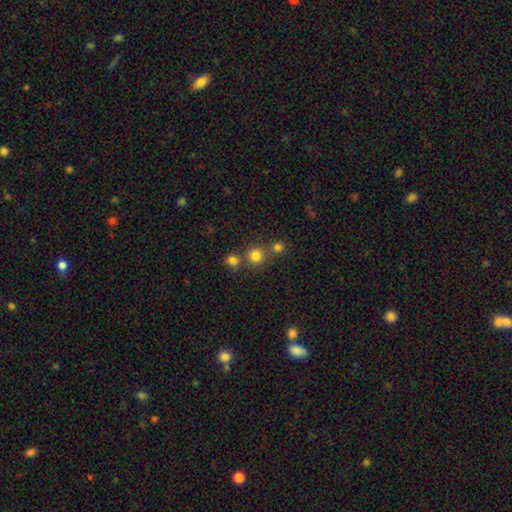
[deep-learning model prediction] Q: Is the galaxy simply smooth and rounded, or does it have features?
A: smooth — 77%.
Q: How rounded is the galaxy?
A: round — 92%.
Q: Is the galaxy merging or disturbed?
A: none — 68%.